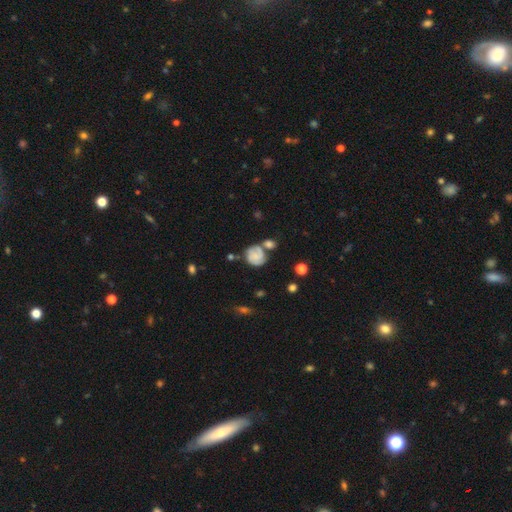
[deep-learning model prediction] Smooth or featured: smooth — 48% (featured or disk — 43%)
Merging: none — 45% (merger — 24%)